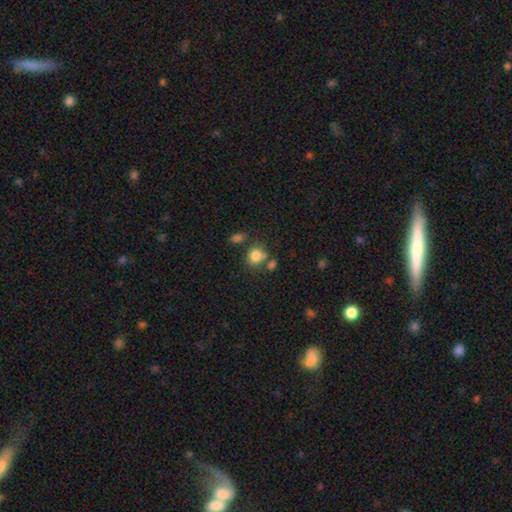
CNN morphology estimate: smooth 81%, star or artifact 11%, featured or disk 8%. Down the decision tree: how rounded — round (65%); merging — none (57%).